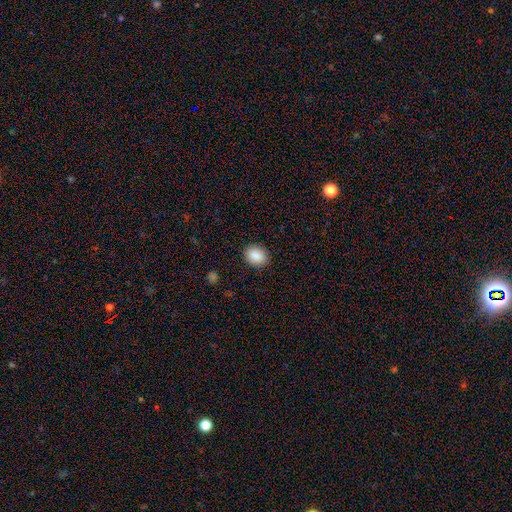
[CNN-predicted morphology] smooth-or-featured: smooth: 89% | star or artifact: 8% | featured or disk: 4%
  how-rounded: in between: 59% | round: 40% | cigar-shaped: 1%
  merging: none: 89% | minor disturbance: 8% | major disturbance: 2% | merger: 1%